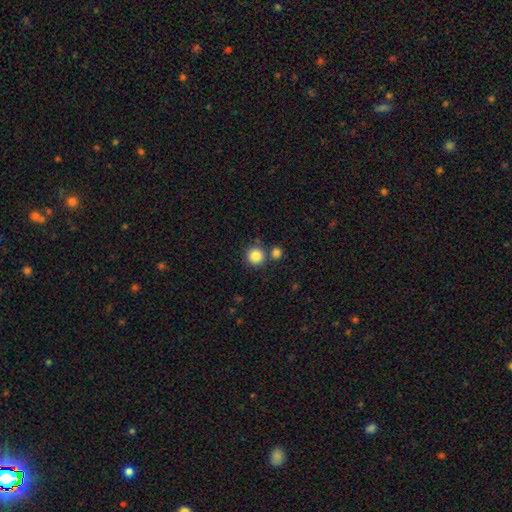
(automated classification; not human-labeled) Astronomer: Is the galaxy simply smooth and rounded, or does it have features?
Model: smooth — 85%.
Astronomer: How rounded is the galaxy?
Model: round — 94%.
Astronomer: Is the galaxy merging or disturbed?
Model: none — 77%.